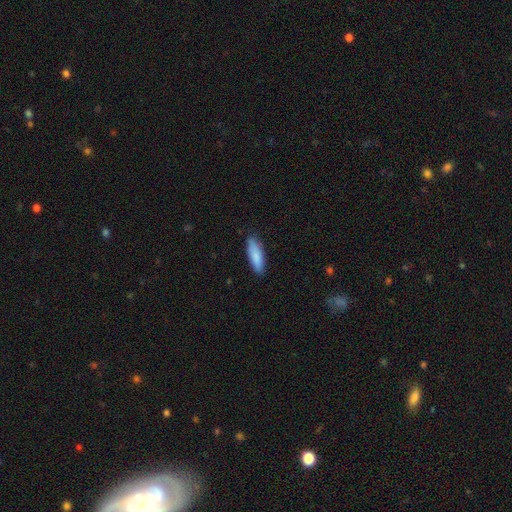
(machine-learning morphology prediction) This is clearly a smooth galaxy (86%). How rounded: possibly cigar-shaped (52%). Merging: clearly none (85%).